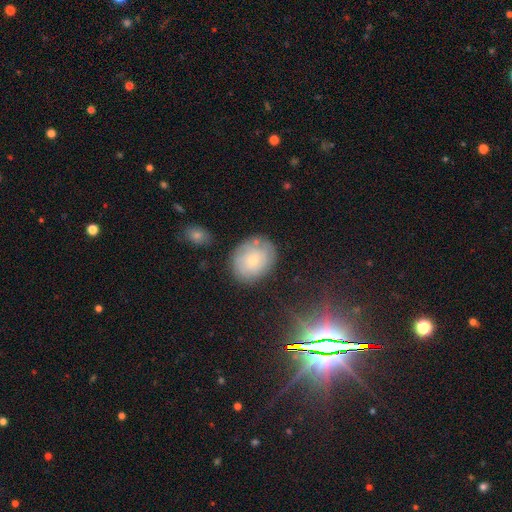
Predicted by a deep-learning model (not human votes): This appears to be a smooth galaxy with no disk features (48%). Merging: none (76%).